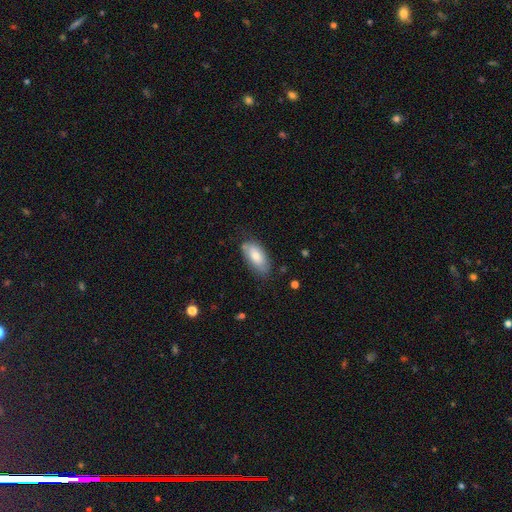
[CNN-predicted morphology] Smooth or featured?
  - smooth: 75% *
  - featured or disk: 19%
  - star or artifact: 6%
How rounded?
  - in between: 90% *
  - cigar-shaped: 7%
  - round: 3%
Merging?
  - none: 68% *
  - minor disturbance: 24%
  - major disturbance: 5%
  - merger: 2%